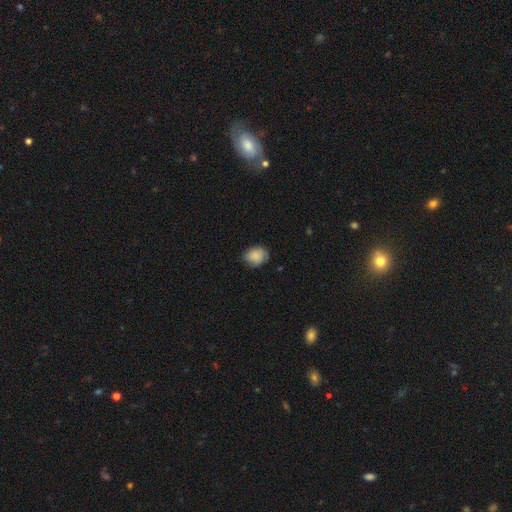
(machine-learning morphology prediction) type=smooth (76%); roundness=round (50%); merging=none (68%).